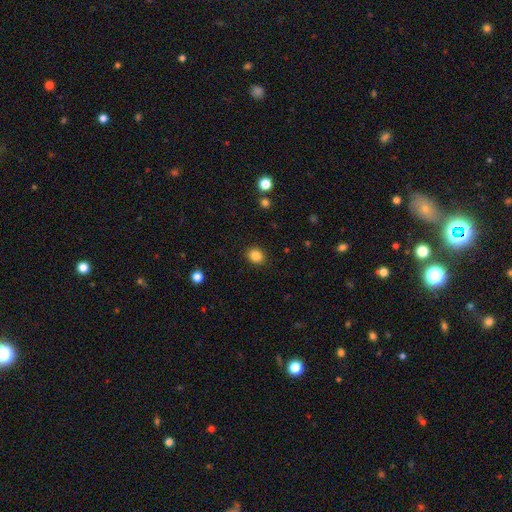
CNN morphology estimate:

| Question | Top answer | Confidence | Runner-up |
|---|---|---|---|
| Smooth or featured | smooth | 85% | star or artifact (11%) |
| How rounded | round | 65% | in between (34%) |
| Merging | none | 90% | minor disturbance (7%) |